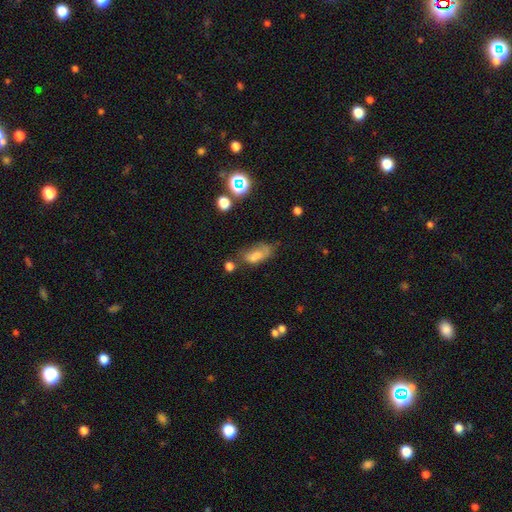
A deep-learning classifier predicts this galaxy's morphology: Smooth or featured? smooth (62%)
How rounded? in between (87%)
Merging? none (31%)